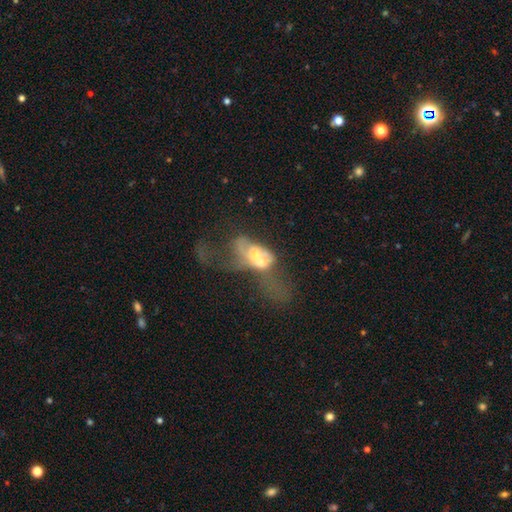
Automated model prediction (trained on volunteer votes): The model was most divided on "smooth or featured": featured or disk: 52%, smooth: 37%, star or artifact: 11%. More confident: edge-on disk — no (93%); merging — merger (61%).